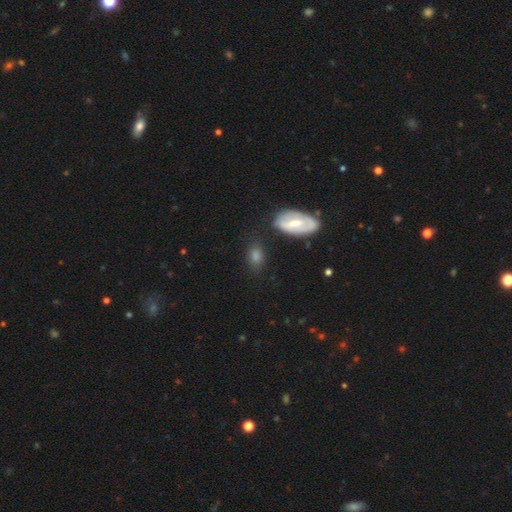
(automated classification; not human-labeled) Smooth or featured? Predicted: smooth (p=0.65). How rounded? Predicted: in between (p=0.80). Merging? Predicted: none (p=0.68).